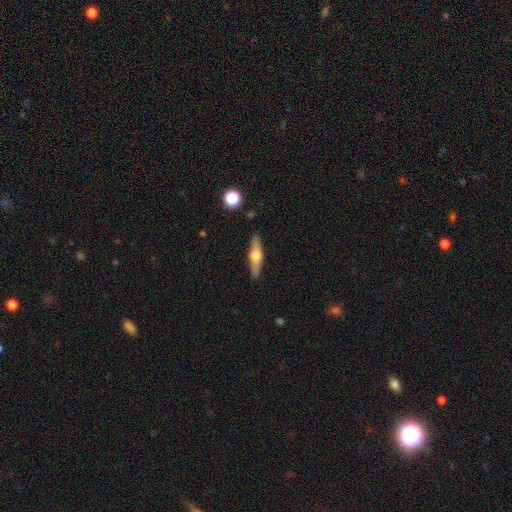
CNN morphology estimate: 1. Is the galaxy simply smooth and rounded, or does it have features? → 52% featured or disk, 42% smooth, 6% star or artifact.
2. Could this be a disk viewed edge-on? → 91% yes, 9% no.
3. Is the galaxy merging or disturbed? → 89% none, 8% minor disturbance, 2% major disturbance, 2% merger.